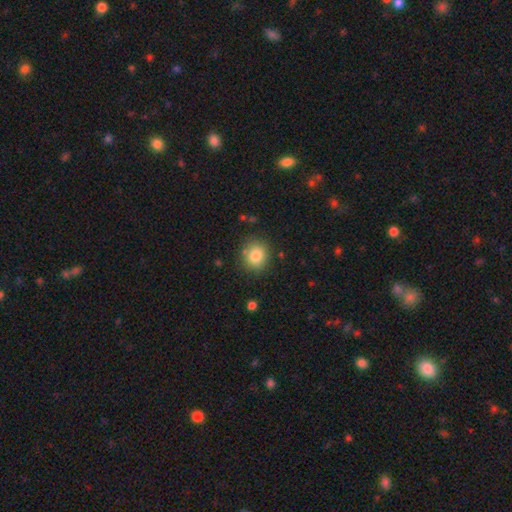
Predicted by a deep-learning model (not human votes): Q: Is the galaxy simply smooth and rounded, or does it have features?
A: smooth — 83%.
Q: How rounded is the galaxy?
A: round — 76%.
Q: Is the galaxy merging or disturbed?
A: none — 83%.